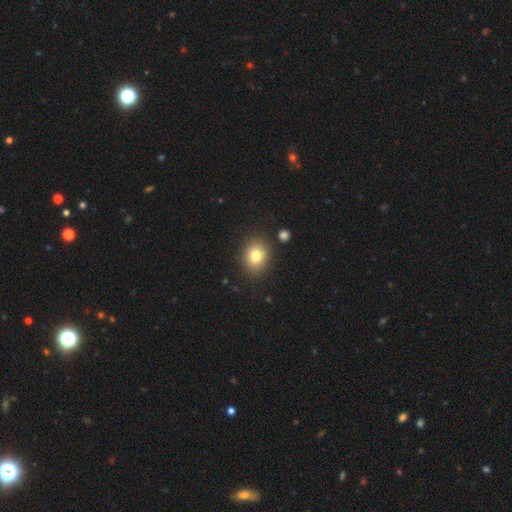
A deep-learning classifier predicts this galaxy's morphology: Smooth or featured? smooth (81%)
How rounded? round (59%)
Merging? none (86%)